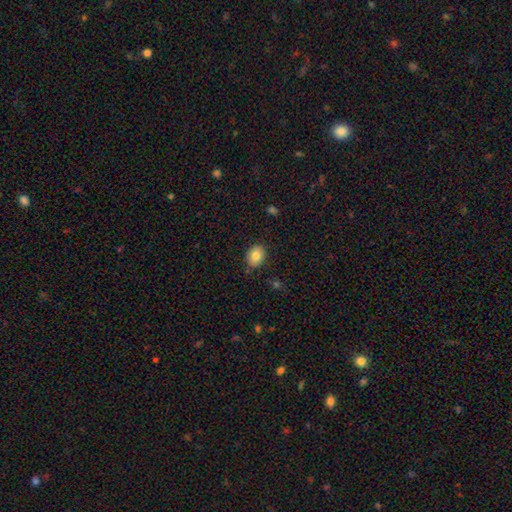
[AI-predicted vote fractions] Smooth or featured? smooth (82%)
How rounded? in between (63%)
Merging? none (84%)